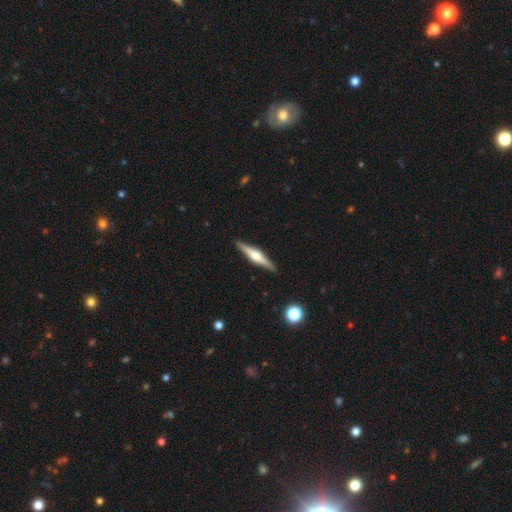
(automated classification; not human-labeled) Smooth or featured?
  - featured or disk: 75% *
  - smooth: 20%
  - star or artifact: 5%
Edge-on disk?
  - yes: 98% *
  - no: 2%
Edge-on bulge?
  - rounded: 91% *
  - boxy: 6%
  - none: 3%
Merging?
  - none: 91% *
  - minor disturbance: 6%
  - major disturbance: 1%
  - merger: 1%